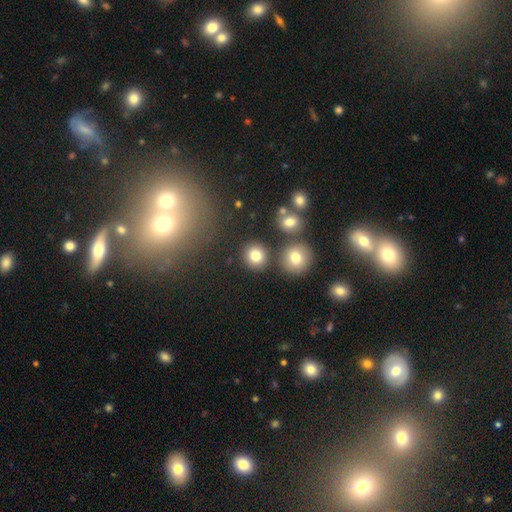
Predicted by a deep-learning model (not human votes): This appears to be a smooth galaxy with no disk features (80%) that is round (88%). Merging: none (83%).